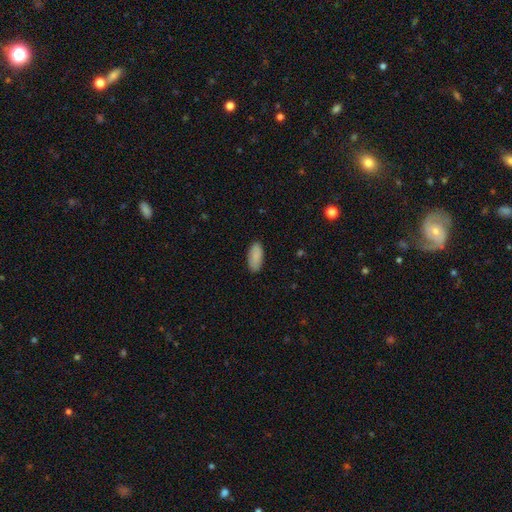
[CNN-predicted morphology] The model was most divided on "merging": none: 87%, minor disturbance: 10%, major disturbance: 2%, merger: 1%. More confident: smooth or featured — smooth (88%); how rounded — in between (88%).